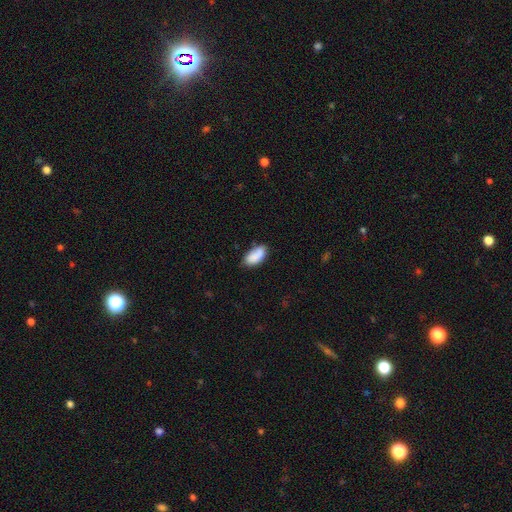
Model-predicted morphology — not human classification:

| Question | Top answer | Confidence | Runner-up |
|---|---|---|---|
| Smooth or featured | smooth | 84% | featured or disk (8%) |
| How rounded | in between | 91% | cigar-shaped (6%) |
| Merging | none | 62% | minor disturbance (26%) |